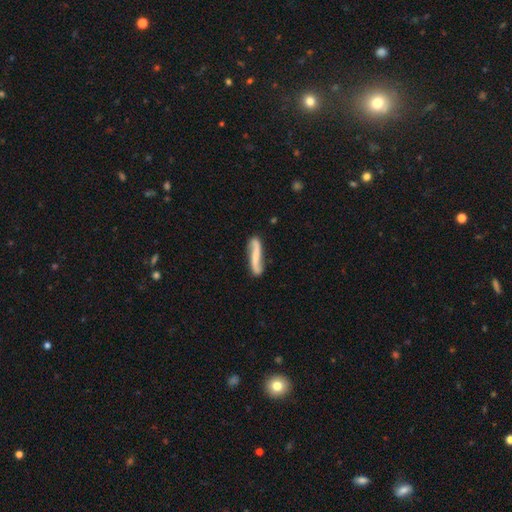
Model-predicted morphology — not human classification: Smooth or featured? featured or disk (60%)
Edge-on disk? no (73%)
Merging? none (75%)